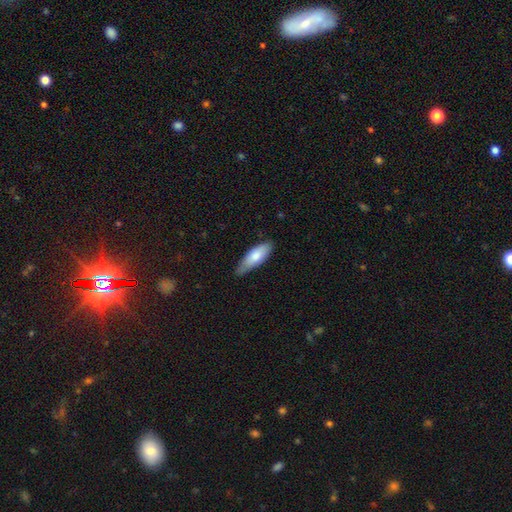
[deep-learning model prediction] Smooth or featured?
  - smooth: 75% *
  - featured or disk: 20%
  - star or artifact: 5%
How rounded?
  - in between: 65% *
  - cigar-shaped: 33%
  - round: 2%
Merging?
  - none: 71% *
  - minor disturbance: 25%
  - major disturbance: 3%
  - merger: 1%